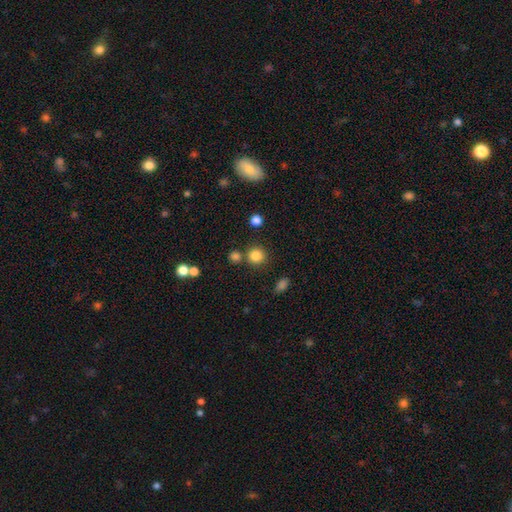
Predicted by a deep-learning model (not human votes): Smooth or featured? Predicted: smooth (p=0.82). How rounded? Predicted: round (p=0.92). Merging? Predicted: none (p=0.78).